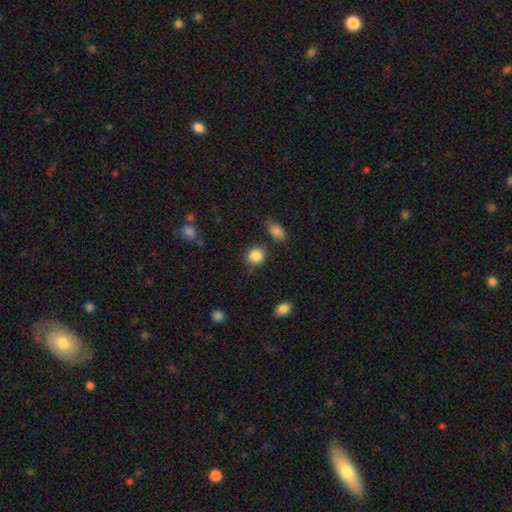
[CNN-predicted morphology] This appears to be a smooth galaxy with no disk features (87%) that is round (86%). Merging: none (83%).